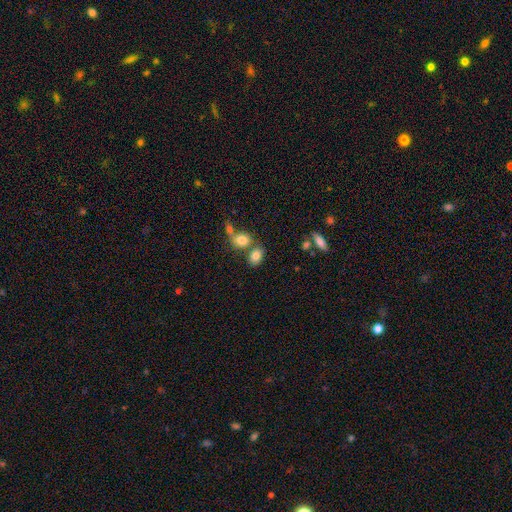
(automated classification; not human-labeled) Overall: smooth (82%). How rounded: in between (71%). Merging: none (57%; merger 28%).